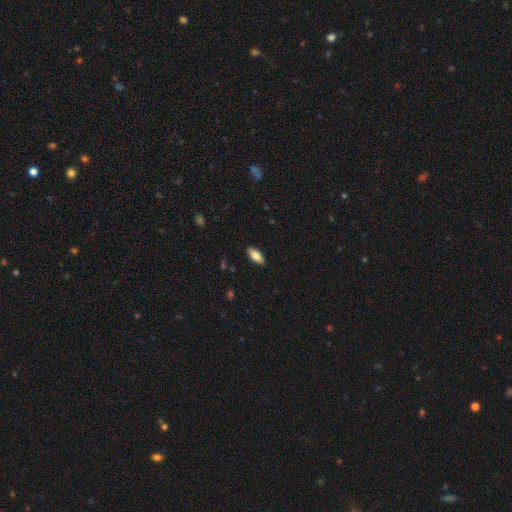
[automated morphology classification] Smooth or featured: smooth — 81% (featured or disk — 13%)
How rounded: in between — 83% (cigar-shaped — 15%)
Merging: none — 88% (minor disturbance — 9%)